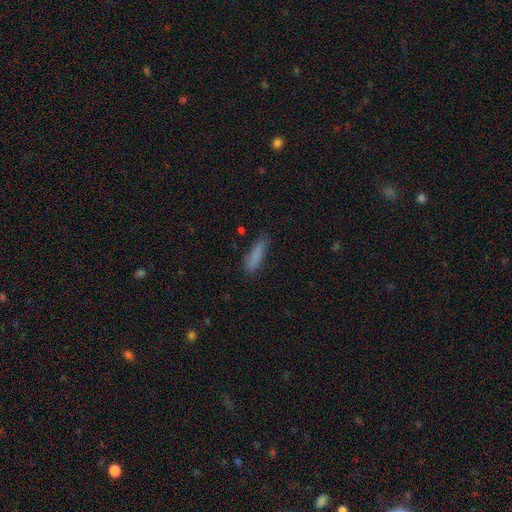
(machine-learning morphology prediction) The model was most divided on "how rounded": cigar-shaped: 68%, in between: 30%, round: 2%. More confident: smooth or featured — smooth (85%); merging — none (80%).